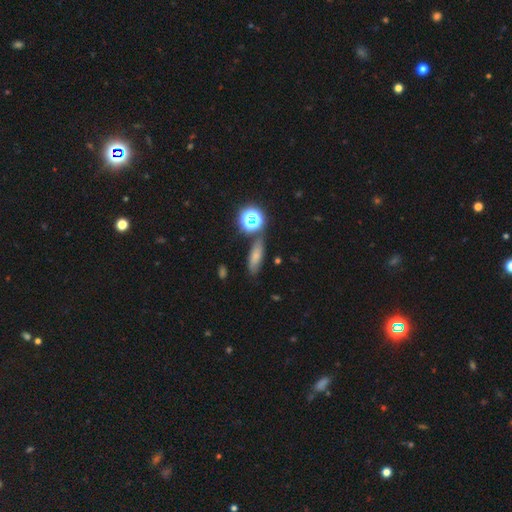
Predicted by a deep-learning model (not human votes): The model was most divided on "how rounded": in between: 51%, cigar-shaped: 37%, round: 13%. More confident: merging — none (71%); smooth or featured — smooth (63%).